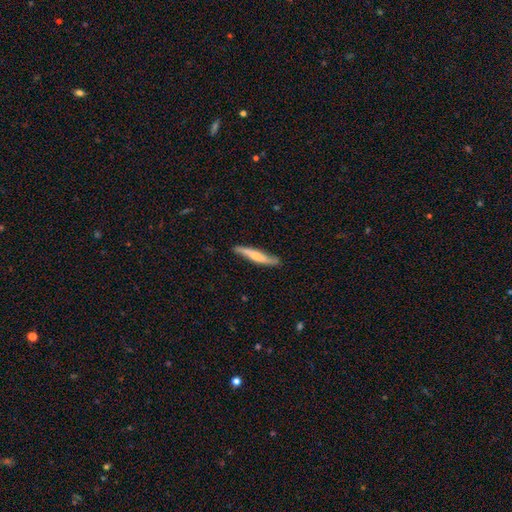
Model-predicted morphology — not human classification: Overall: smooth (53%; featured or disk 42%). How rounded: cigar-shaped (91%). Merging: none (79%).